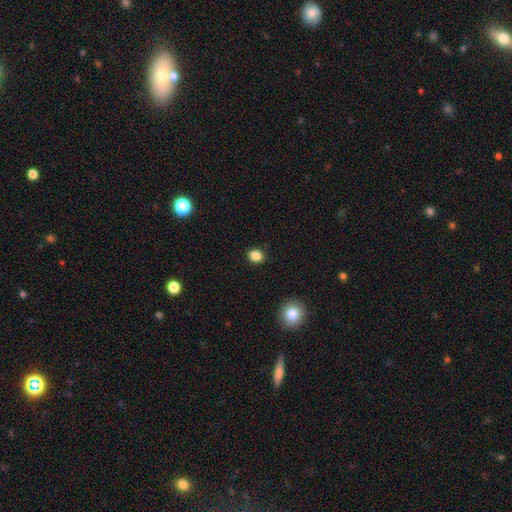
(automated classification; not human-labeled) A smooth galaxy with no disk features (85%) that is round (65%). Merging: none (90%).